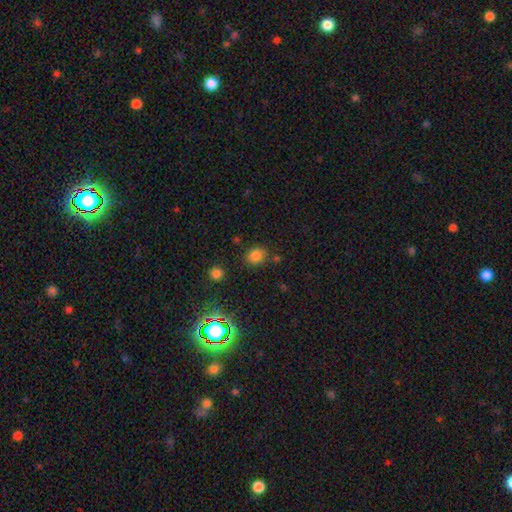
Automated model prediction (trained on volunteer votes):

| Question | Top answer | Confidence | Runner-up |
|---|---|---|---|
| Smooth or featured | smooth | 78% | star or artifact (16%) |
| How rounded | round | 68% | in between (31%) |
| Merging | none | 77% | minor disturbance (13%) |